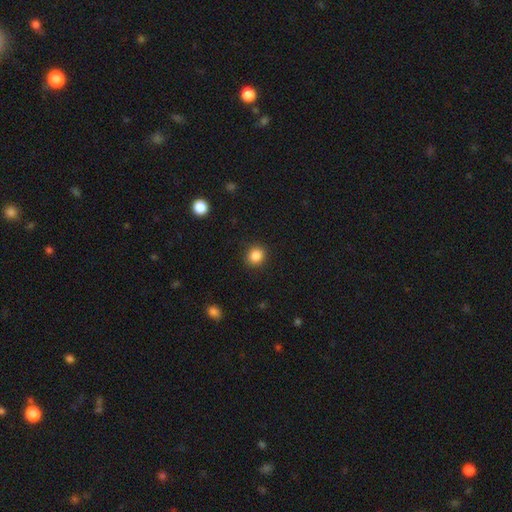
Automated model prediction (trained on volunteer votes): Overall: smooth (86%). How rounded: round (83%). Merging: none (90%).